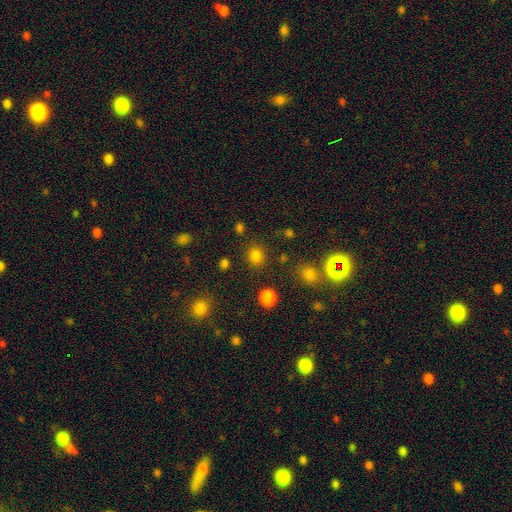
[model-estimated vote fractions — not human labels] Overall: smooth (79%). How rounded: round (75%). Merging: none (84%).